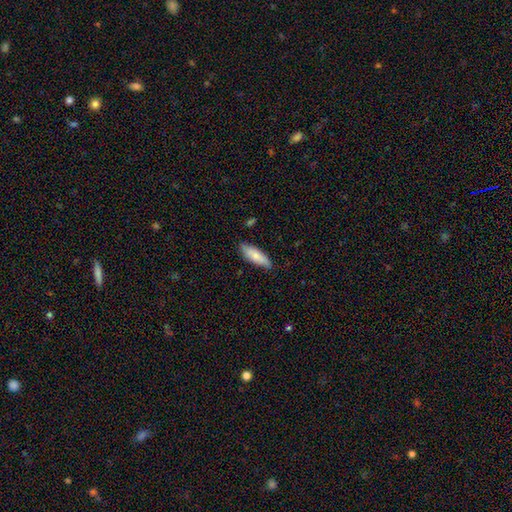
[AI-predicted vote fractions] smooth_or_featured: smooth (p=0.75) [alt: featured or disk p=0.19]
how_rounded: in between (p=0.60) [alt: cigar-shaped p=0.38]
merging: none (p=0.79) [alt: minor disturbance p=0.17]